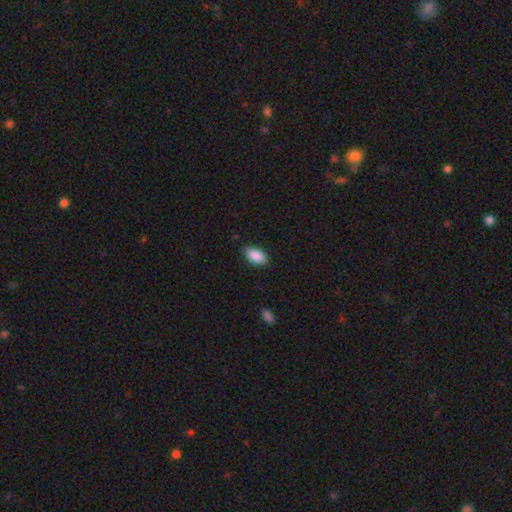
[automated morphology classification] smooth-or-featured: smooth: 90% | star or artifact: 7% | featured or disk: 3%
  how-rounded: in between: 94% | cigar-shaped: 3% | round: 3%
  merging: none: 86% | minor disturbance: 11% | major disturbance: 2% | merger: 1%